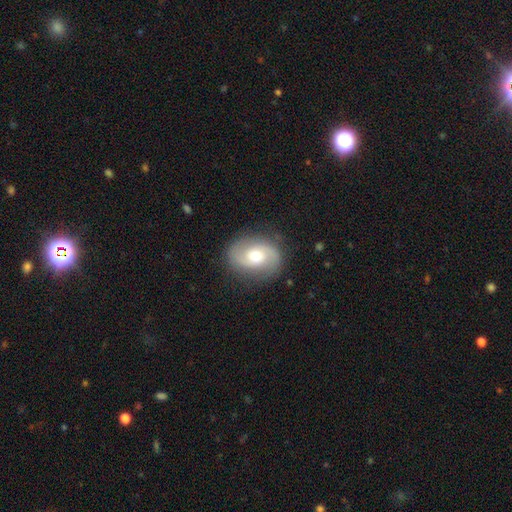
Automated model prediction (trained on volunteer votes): This appears to be a featured or disk galaxy (71%) with no bar (59%), 2 (90%) medium (46%) spiral arms (91%) and a moderate central bulge (67%). Merging: none (82%).